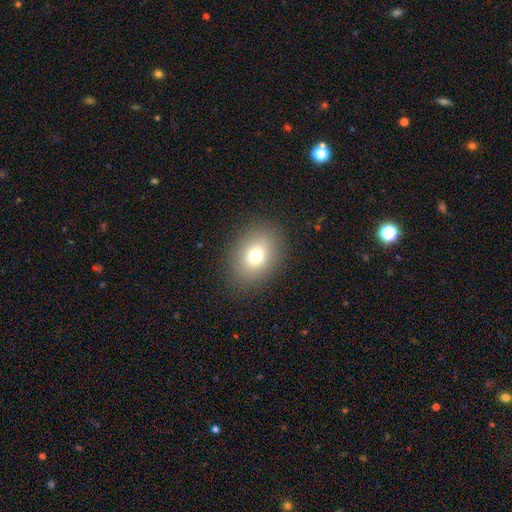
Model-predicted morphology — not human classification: Smooth or featured?
  - smooth: 75% *
  - star or artifact: 12%
  - featured or disk: 12%
How rounded?
  - in between: 61% *
  - round: 38%
  - cigar-shaped: 1%
Merging?
  - none: 86% *
  - minor disturbance: 9%
  - major disturbance: 4%
  - merger: 1%